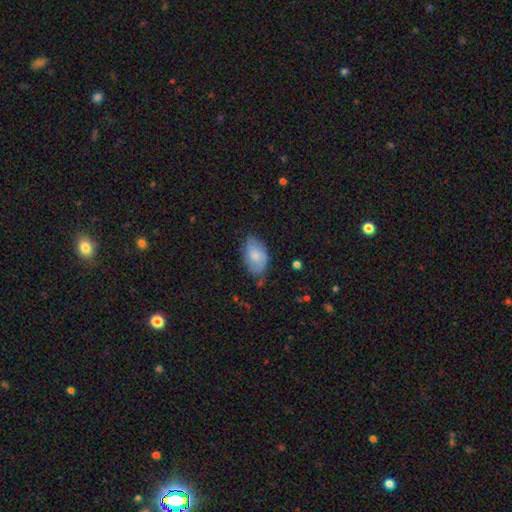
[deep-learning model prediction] The model was most divided on "merging": none: 61%, minor disturbance: 30%, major disturbance: 6%, merger: 2%. More confident: how rounded — in between (93%); smooth or featured — smooth (73%).